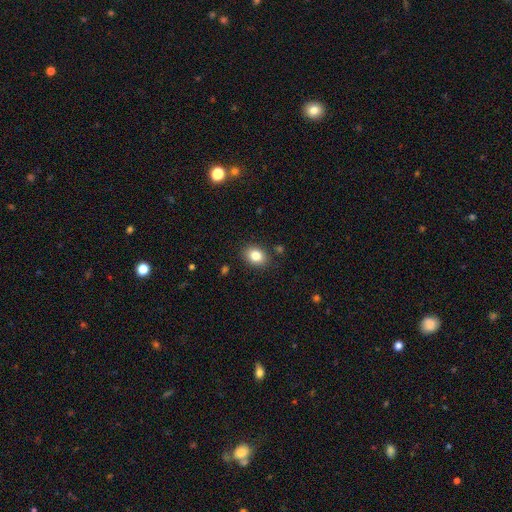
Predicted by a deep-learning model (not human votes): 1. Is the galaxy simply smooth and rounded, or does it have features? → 83% smooth, 10% star or artifact, 8% featured or disk.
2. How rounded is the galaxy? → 61% in between, 38% round, 1% cigar-shaped.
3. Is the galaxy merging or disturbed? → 86% none, 10% minor disturbance, 3% major disturbance, 2% merger.